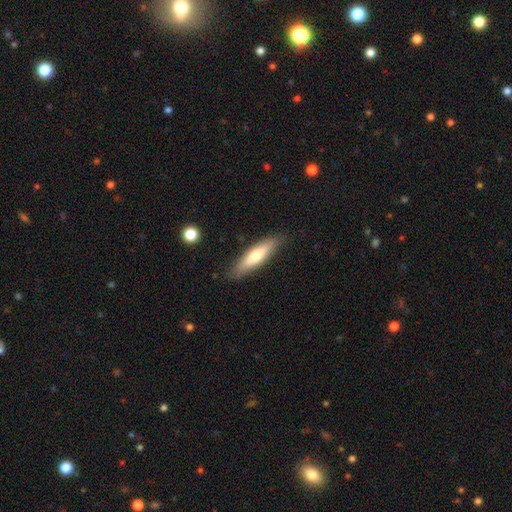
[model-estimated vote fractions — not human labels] This appears to be a smooth galaxy with no disk features (63%) that is cigar-shaped (70%). Merging: none (84%).